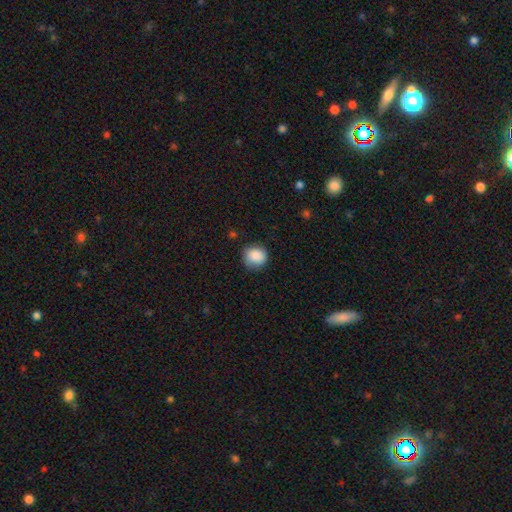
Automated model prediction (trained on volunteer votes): This is clearly a smooth galaxy (86%). How rounded: clearly round (85%). Merging: likely none (77%).